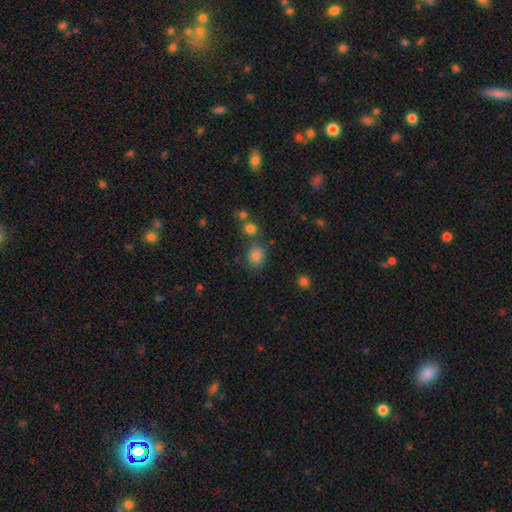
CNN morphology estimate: The model was most divided on "how rounded": round: 72%, in between: 27%, cigar-shaped: 1%. More confident: smooth or featured — smooth (81%); merging — none (69%).